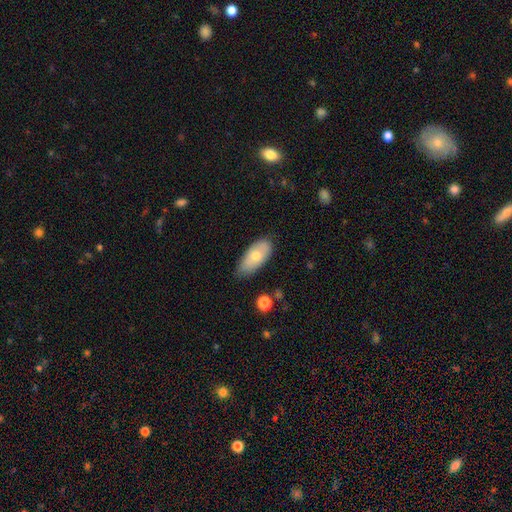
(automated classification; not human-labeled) smooth 67%, featured or disk 26%, star or artifact 7%. Down the decision tree: how rounded — in between (89%); merging — none (70%).